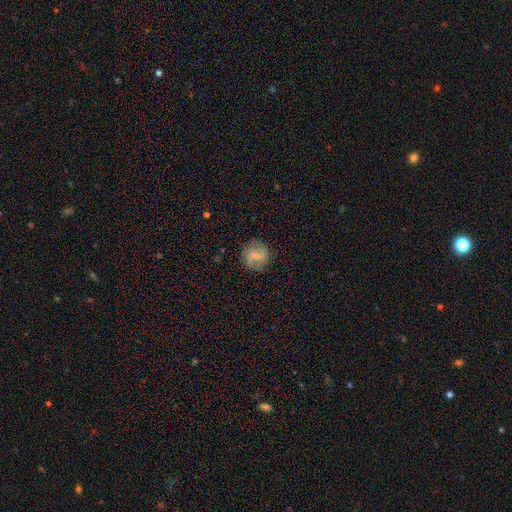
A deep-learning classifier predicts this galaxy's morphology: Q: Smooth or featured?
A: featured or disk (48%); runner-up: smooth (44%)
Q: Merging?
A: none (81%); runner-up: minor disturbance (13%)